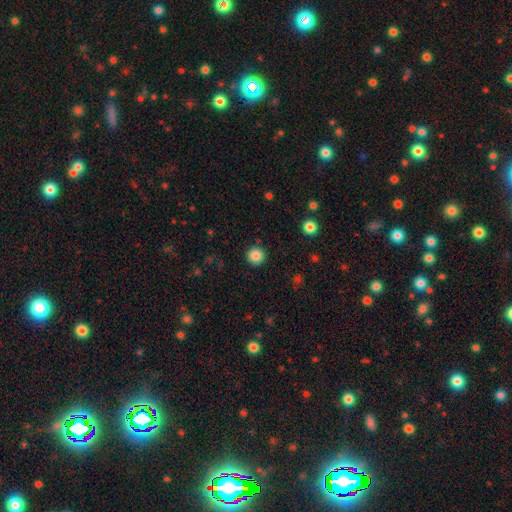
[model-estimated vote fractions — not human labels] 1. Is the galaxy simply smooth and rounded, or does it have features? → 86% smooth, 11% star or artifact, 4% featured or disk.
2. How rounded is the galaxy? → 96% round, 3% in between, 1% cigar-shaped.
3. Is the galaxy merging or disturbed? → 91% none, 5% minor disturbance, 2% major disturbance, 1% merger.